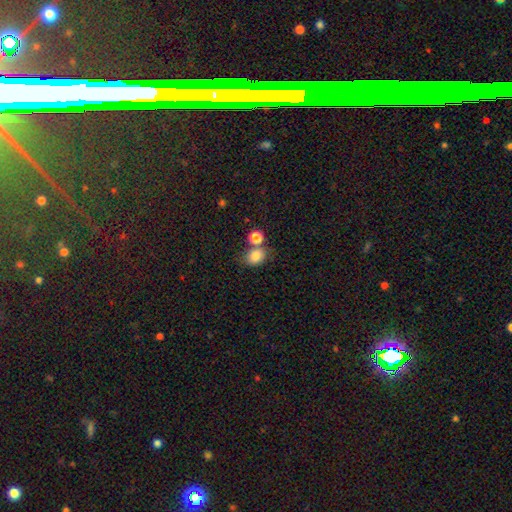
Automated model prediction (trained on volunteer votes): Morphology: type=smooth (82%); roundness=in between (53%); merging=none (57%).